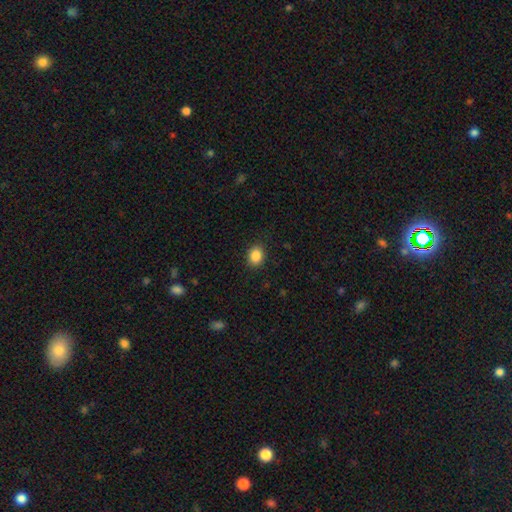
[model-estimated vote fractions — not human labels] A smooth galaxy with no disk features (87%) that is round (50%).

Vote fractions:
- Smooth or featured? smooth: 87% / star or artifact: 9% / featured or disk: 4%
- How rounded? round: 50% / in between: 49% / cigar-shaped: 1%
- Merging? none: 89% / minor disturbance: 8% / major disturbance: 2% / merger: 1%